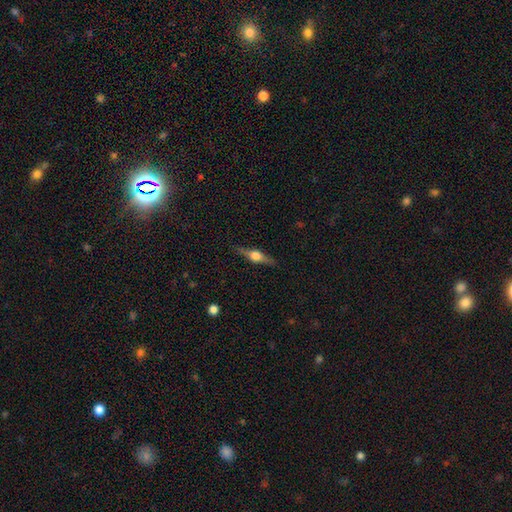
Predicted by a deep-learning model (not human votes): The model was most divided on "smooth or featured": featured or disk: 70%, smooth: 23%, star or artifact: 6%. More confident: edge-on disk — yes (97%); edge-on bulge — rounded (93%); merging — none (88%).